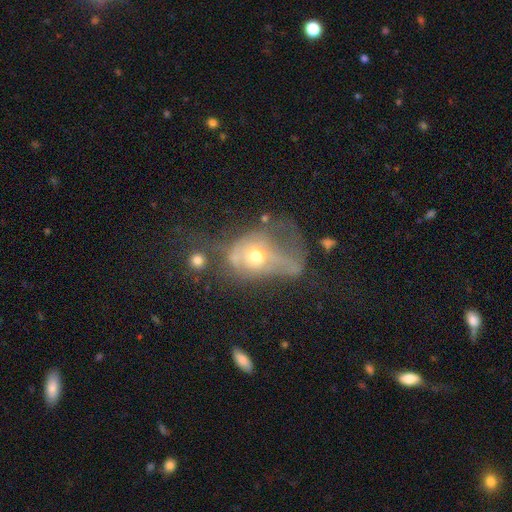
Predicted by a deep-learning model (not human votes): Smooth or featured: smooth — 44% (featured or disk — 43%)
Merging: major disturbance — 57% (merger — 16%)